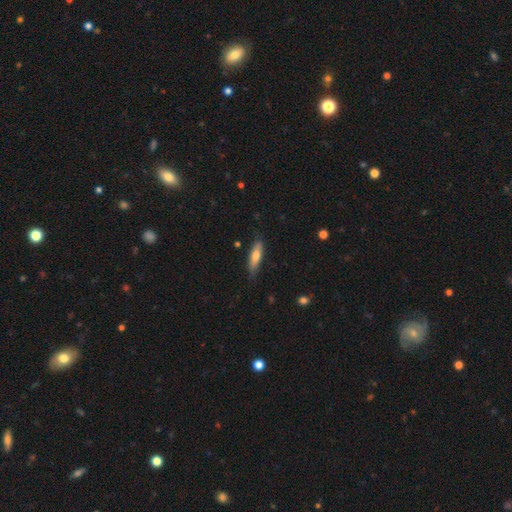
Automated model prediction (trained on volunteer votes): A smooth galaxy with no disk features (68%) that is cigar-shaped (66%).

Vote fractions:
- Smooth or featured? smooth: 68% / featured or disk: 27% / star or artifact: 6%
- How rounded? cigar-shaped: 66% / in between: 33% / round: 2%
- Merging? none: 79% / minor disturbance: 17% / major disturbance: 3% / merger: 2%